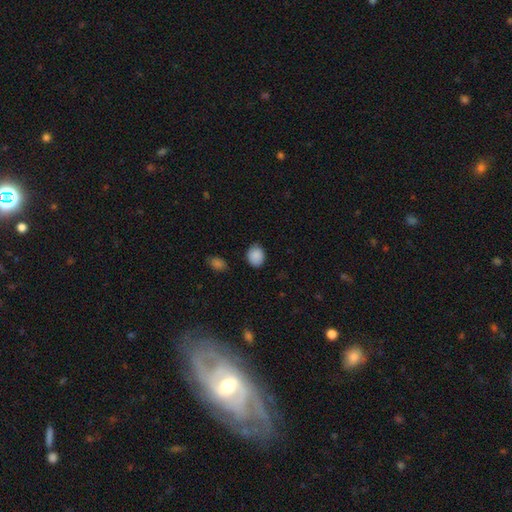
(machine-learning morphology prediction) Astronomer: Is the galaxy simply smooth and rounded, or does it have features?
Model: smooth — 88%.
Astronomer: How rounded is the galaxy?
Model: round — 57% (runner-up: in between, 42%).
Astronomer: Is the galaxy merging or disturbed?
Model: none — 81%.